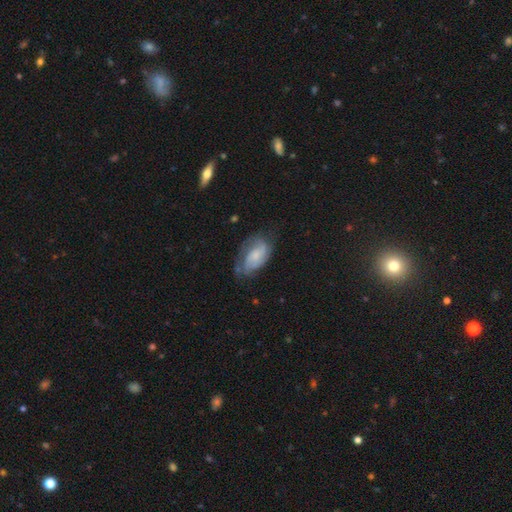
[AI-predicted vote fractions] The model was most divided on "spiral winding": medium: 42%, tight: 40%, loose: 18%. Remaining: edge-on disk — no (96%); spiral arms — yes (88%); bar — no (63%); smooth or featured — featured or disk (63%); merging — none (52%); spiral arm count — 2 (50%); bulge size — small (41%).